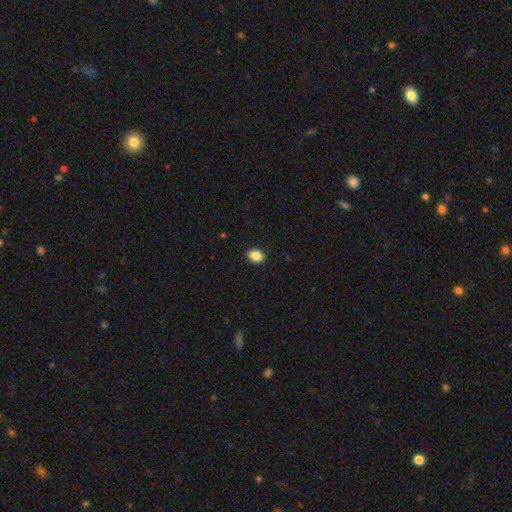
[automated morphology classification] The model was most divided on "how rounded": in between: 54%, round: 45%, cigar-shaped: 1%. More confident: merging — none (91%); smooth or featured — smooth (87%).